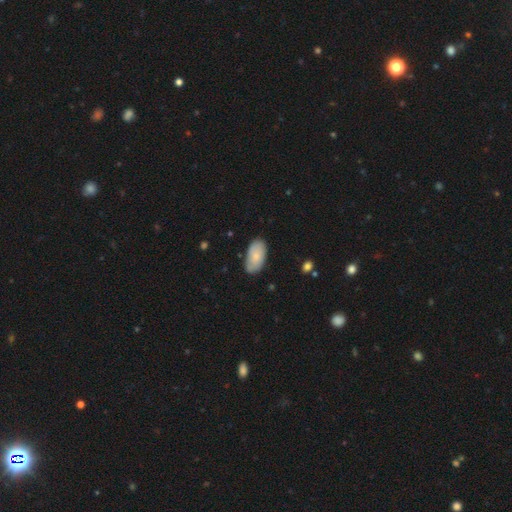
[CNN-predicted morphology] A smooth galaxy with no disk features (75%) that is in between round and cigar-shaped (95%).

Vote fractions:
- Smooth or featured? smooth: 75% / featured or disk: 19% / star or artifact: 6%
- How rounded? in between: 95% / round: 3% / cigar-shaped: 2%
- Merging? none: 79% / minor disturbance: 17% / major disturbance: 3% / merger: 1%